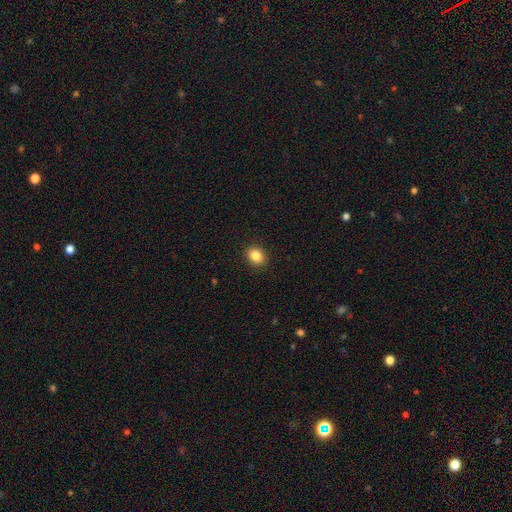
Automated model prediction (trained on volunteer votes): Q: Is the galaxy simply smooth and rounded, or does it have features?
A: smooth — 85%.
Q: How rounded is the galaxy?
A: round — 58%.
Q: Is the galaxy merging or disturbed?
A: none — 91%.